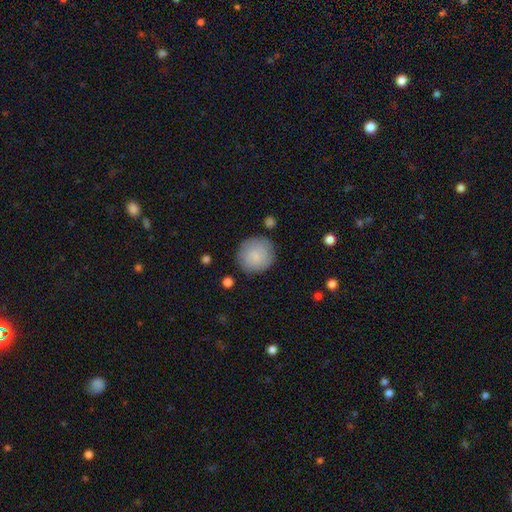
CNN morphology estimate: smooth 82%, featured or disk 12%, star or artifact 6%. Down the decision tree: how rounded — round (91%); merging — none (81%).